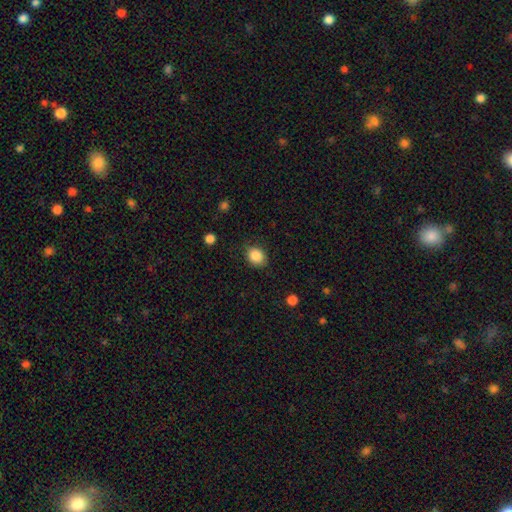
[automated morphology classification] smooth-or-featured: smooth: 87% | star or artifact: 9% | featured or disk: 4%
  how-rounded: round: 54% | in between: 45% | cigar-shaped: 1%
  merging: none: 81% | minor disturbance: 14% | major disturbance: 3% | merger: 1%